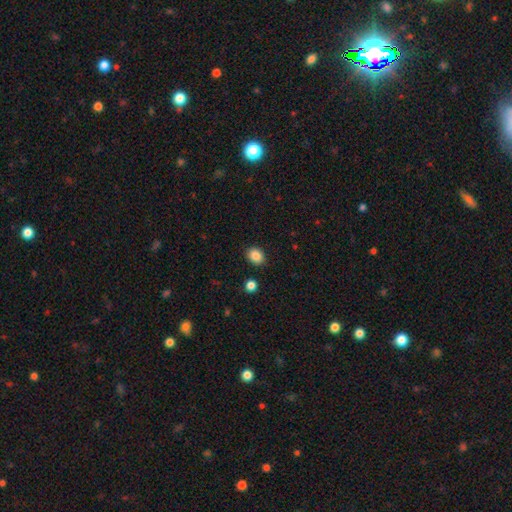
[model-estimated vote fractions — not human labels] Smooth or featured? Predicted: smooth (p=0.86). How rounded? Predicted: round (p=0.53). Merging? Predicted: none (p=0.88).